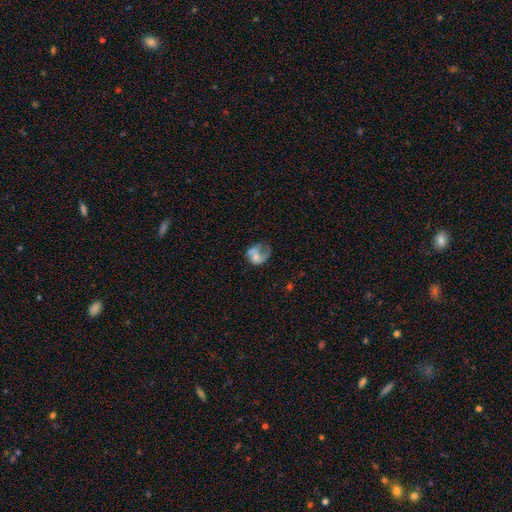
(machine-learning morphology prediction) Q: Smooth or featured?
A: featured or disk (53%); runner-up: smooth (38%)
Q: Edge-on disk?
A: no (98%); runner-up: yes (2%)
Q: Bar?
A: no (72%); runner-up: weak (23%)
Q: Spiral arms?
A: yes (60%); runner-up: no (40%)
Q: Bulge size?
A: small (36%); runner-up: moderate (29%)
Q: Merging?
A: major disturbance (42%); runner-up: none (27%)